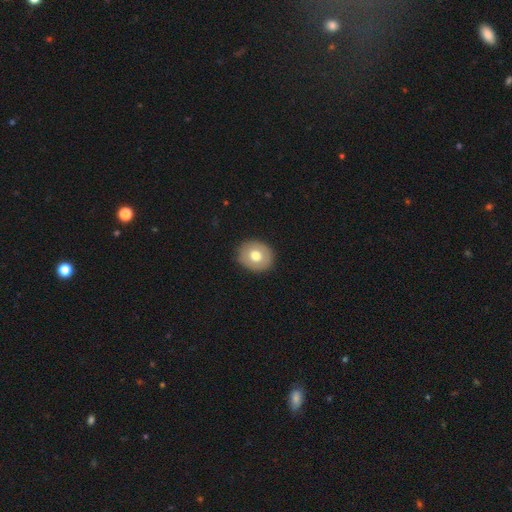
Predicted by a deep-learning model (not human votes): Morphology: type=smooth (69%); roundness=round (75%); merging=none (88%).